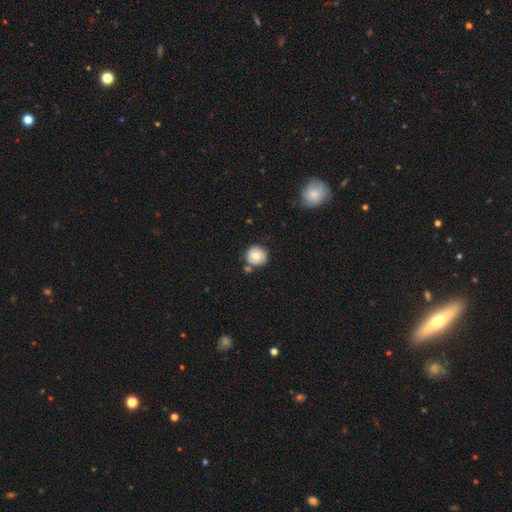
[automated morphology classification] The model was most divided on "smooth or featured": smooth: 67%, featured or disk: 25%, star or artifact: 8%. More confident: how rounded — round (92%); merging — none (76%).